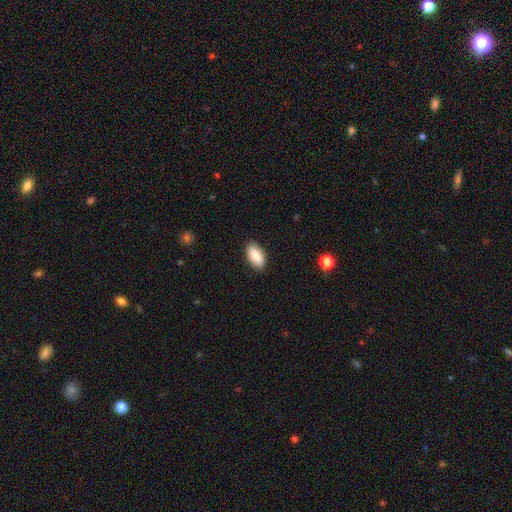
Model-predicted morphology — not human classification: type=smooth (86%); roundness=in between (93%); merging=none (89%).